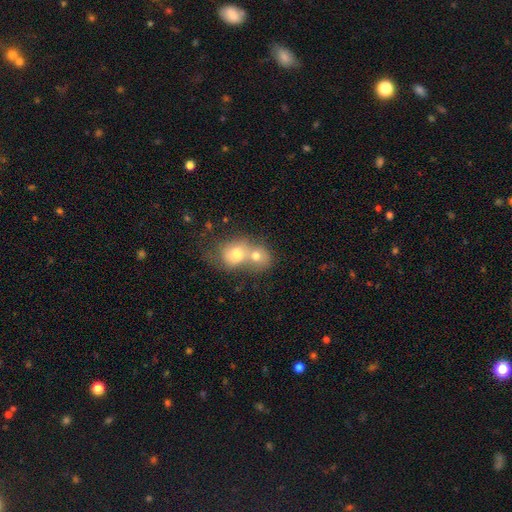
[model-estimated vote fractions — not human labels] This appears to be a smooth galaxy with no disk features (69%) that is round (60%). Merging: merger (73%).